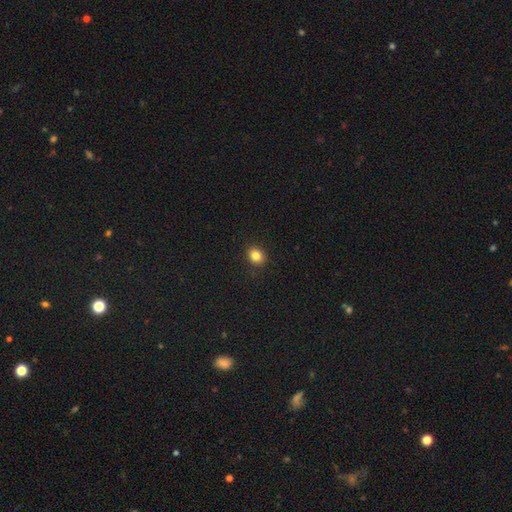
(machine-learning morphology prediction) type=smooth (83%); roundness=round (69%); merging=none (91%).